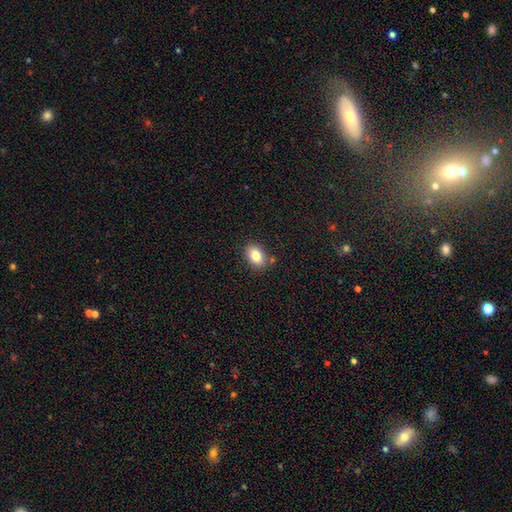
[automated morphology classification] type=smooth (82%); roundness=in between (81%); merging=none (83%).